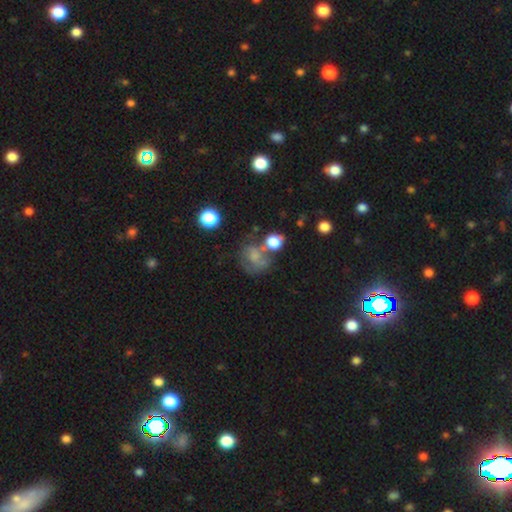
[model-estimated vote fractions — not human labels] Smooth or featured? smooth (50%)
How rounded? round (65%)
Merging? none (37%)